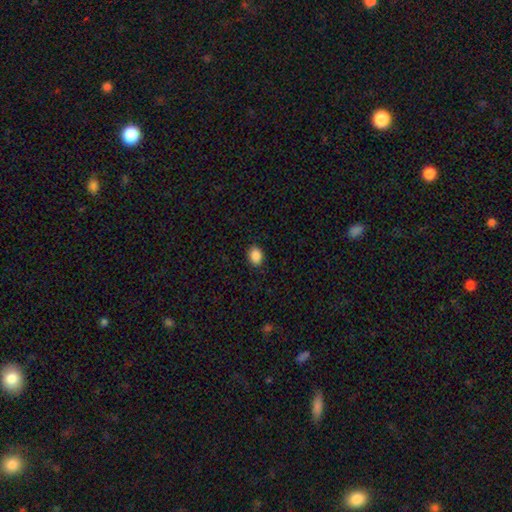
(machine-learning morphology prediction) Smooth or featured?
  - smooth: 89% *
  - star or artifact: 8%
  - featured or disk: 3%
How rounded?
  - in between: 70% *
  - round: 29%
  - cigar-shaped: 1%
Merging?
  - none: 89% *
  - minor disturbance: 8%
  - major disturbance: 2%
  - merger: 1%